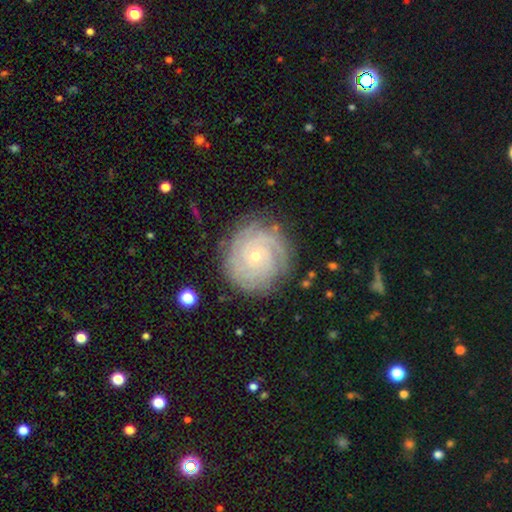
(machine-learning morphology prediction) A featured or disk galaxy (85%) with no bar (78%), tight (86%) spiral arms (97%) and a small central bulge (61%). Merging: none (82%).